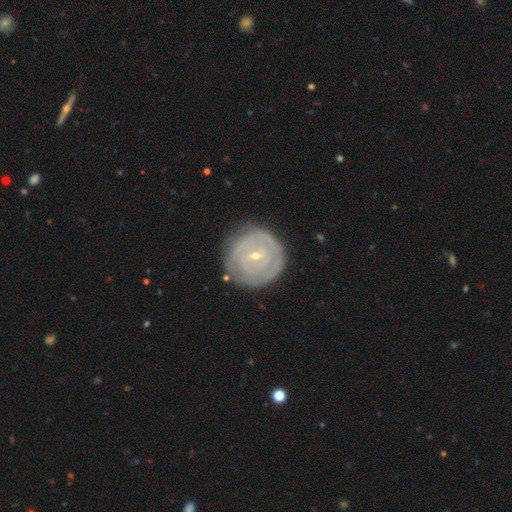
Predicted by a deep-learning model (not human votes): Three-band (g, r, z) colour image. It shows a featured or disk galaxy (73%) with no bar (55%), tight (83%) spiral arms (76%) and a small central bulge (75%). Merging: none (79%).